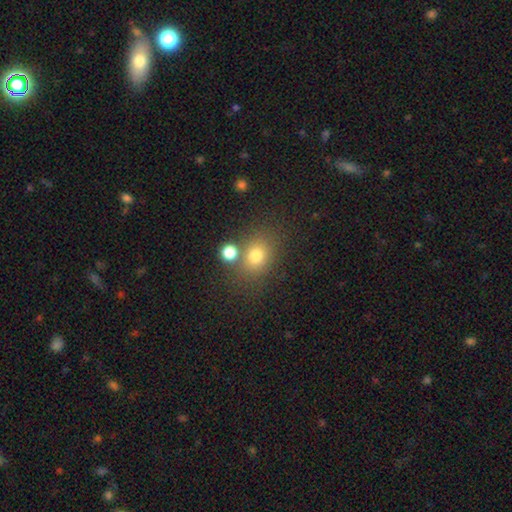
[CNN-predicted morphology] smooth 74%, star or artifact 16%, featured or disk 10%. Down the decision tree: how rounded — round (61%); merging — none (67%).